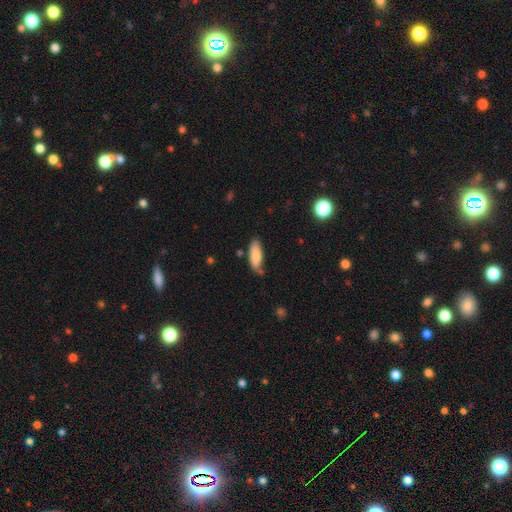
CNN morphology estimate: Smooth or featured: smooth — 82% (featured or disk — 12%)
How rounded: in between — 73% (cigar-shaped — 25%)
Merging: none — 70% (minor disturbance — 21%)